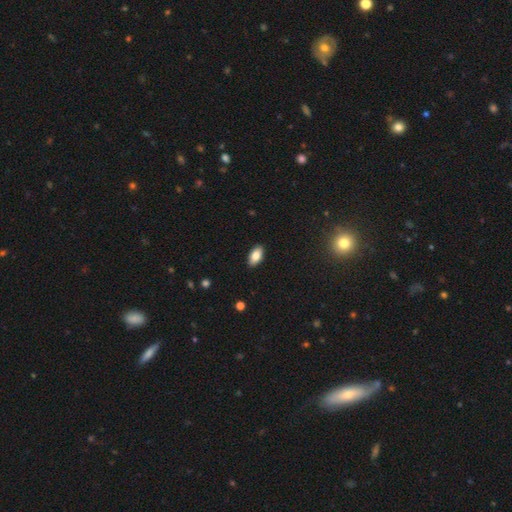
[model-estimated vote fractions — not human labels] The model was most divided on "smooth or featured": smooth: 84%, featured or disk: 9%, star or artifact: 7%. More confident: how rounded — in between (92%); merging — none (90%).